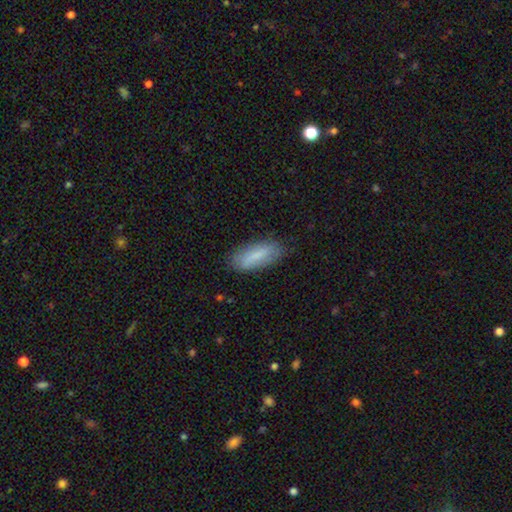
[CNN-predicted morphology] Smooth or featured? smooth (78%)
How rounded? in between (67%)
Merging? none (80%)